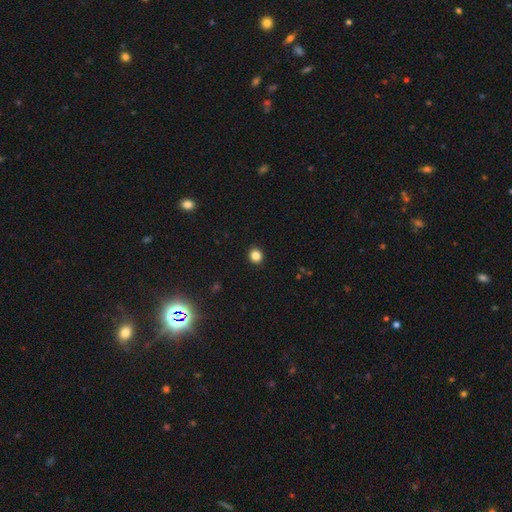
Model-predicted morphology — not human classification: A smooth galaxy with no disk features (84%) that is round (83%). Merging: none (92%).